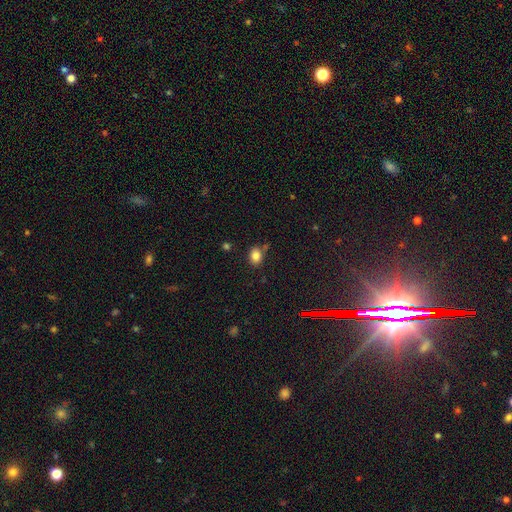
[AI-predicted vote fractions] This is clearly a smooth galaxy (83%). How rounded: likely in between (61%). Merging: likely none (71%).